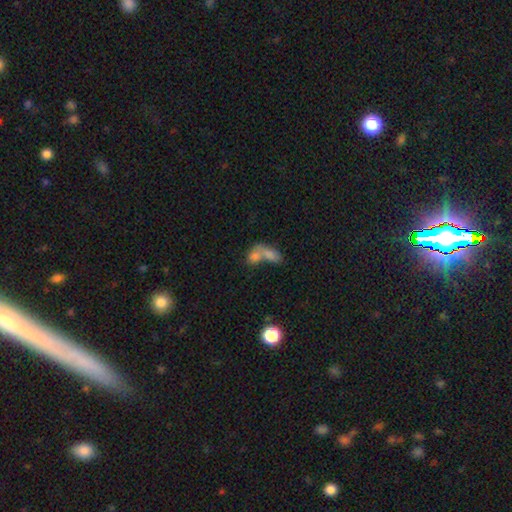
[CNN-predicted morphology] smooth-or-featured: smooth: 75% | featured or disk: 15% | star or artifact: 11%
  how-rounded: in between: 79% | round: 16% | cigar-shaped: 5%
  merging: merger: 72% | none: 17% | minor disturbance: 6% | major disturbance: 5%